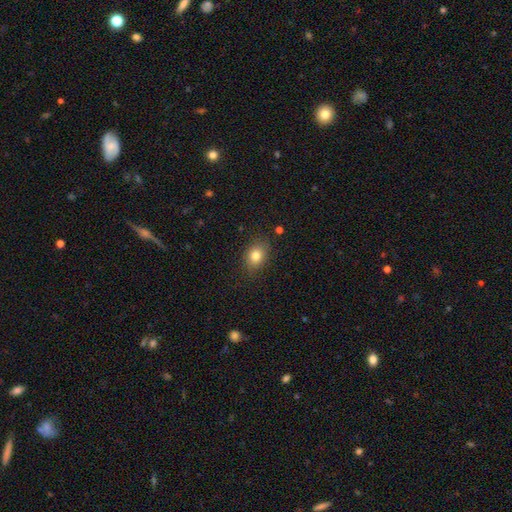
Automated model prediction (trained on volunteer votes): Smooth or featured?
  - smooth: 80% *
  - star or artifact: 11%
  - featured or disk: 9%
How rounded?
  - in between: 57% *
  - round: 42%
  - cigar-shaped: 1%
Merging?
  - none: 84% *
  - minor disturbance: 12%
  - major disturbance: 3%
  - merger: 1%